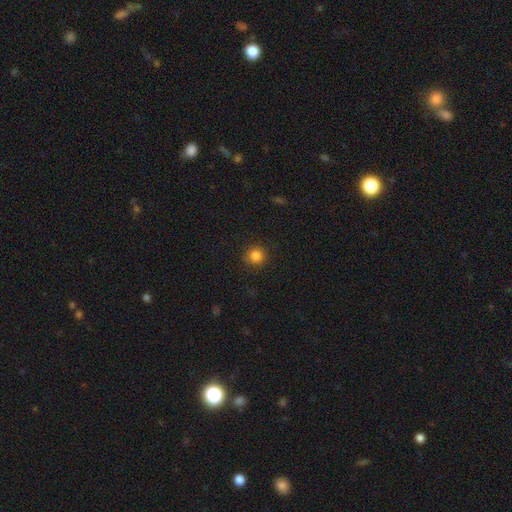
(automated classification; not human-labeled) smooth-or-featured: smooth: 84% | star or artifact: 12% | featured or disk: 4%
  how-rounded: round: 94% | in between: 5% | cigar-shaped: 1%
  merging: none: 90% | minor disturbance: 7% | major disturbance: 2% | merger: 1%